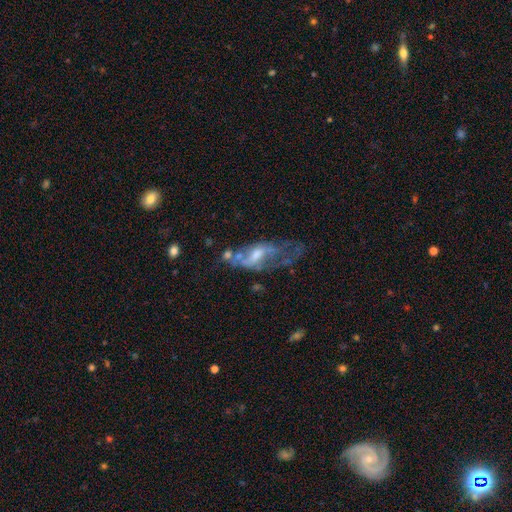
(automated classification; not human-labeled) Smooth or featured? featured or disk (67%)
Edge-on disk? no (85%)
Bar? no (47%)
Spiral arms? no (50%, tied with yes)
Bulge size? moderate (50%)
Merging? major disturbance (36%)